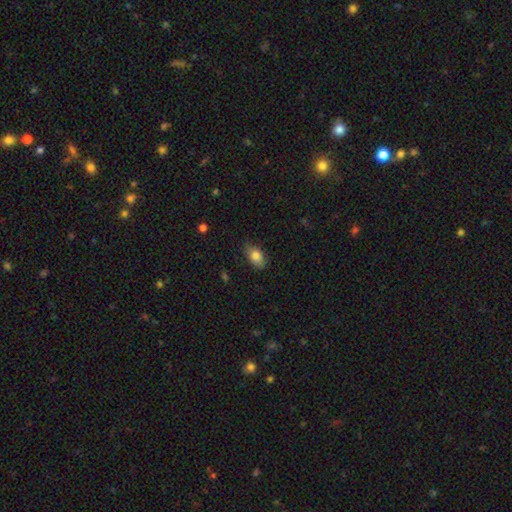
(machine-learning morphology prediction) Smooth or featured? smooth (80%)
How rounded? in between (89%)
Merging? none (74%)